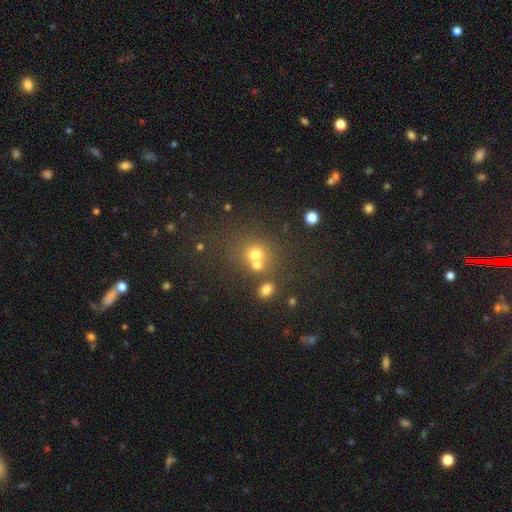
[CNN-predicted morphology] smooth-or-featured: smooth: 60% | star or artifact: 26% | featured or disk: 14%
  how-rounded: round: 80% | in between: 19% | cigar-shaped: 1%
  merging: none: 51% | merger: 37% | minor disturbance: 8% | major disturbance: 4%